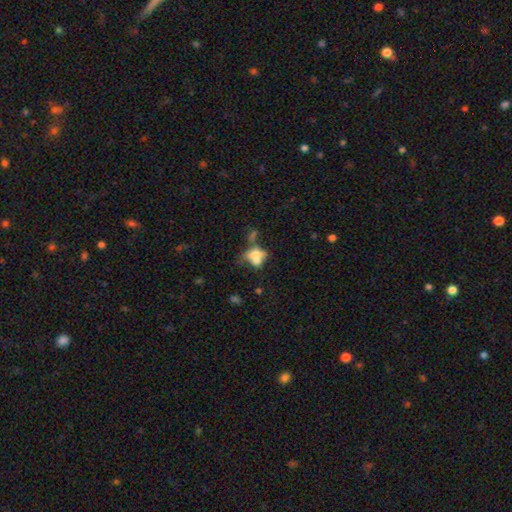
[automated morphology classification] A smooth galaxy with no disk features (52%) that is in between round and cigar-shaped (65%). Merging: merger (44%).